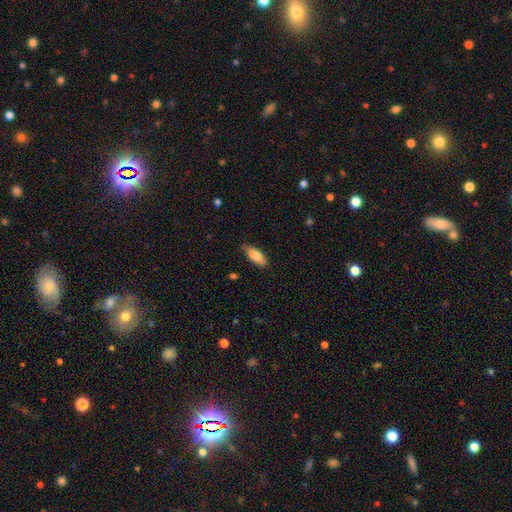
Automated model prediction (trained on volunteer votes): Q: Smooth or featured?
A: smooth (79%); runner-up: featured or disk (14%)
Q: How rounded?
A: in between (80%); runner-up: cigar-shaped (18%)
Q: Merging?
A: none (67%); runner-up: minor disturbance (27%)